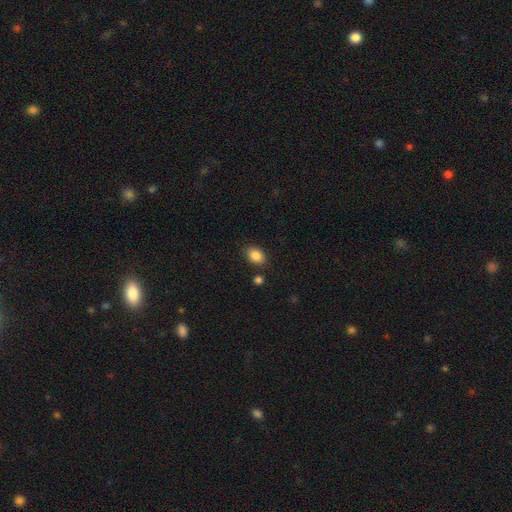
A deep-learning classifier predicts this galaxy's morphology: The model was most divided on "how rounded": in between: 77%, round: 22%, cigar-shaped: 1%. More confident: smooth or featured — smooth (87%); merging — none (83%).